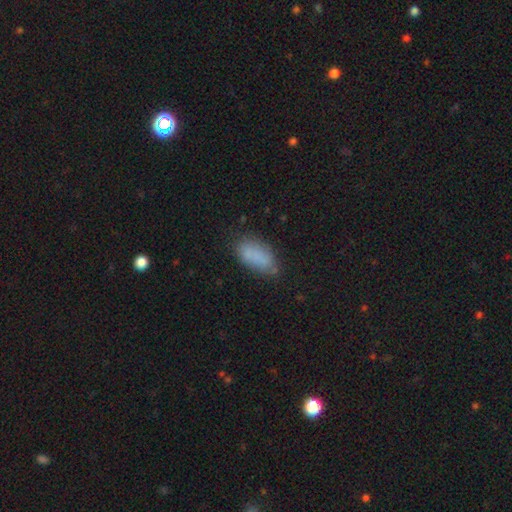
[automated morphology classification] type=smooth (80%); roundness=in between (90%); merging=none (65%).